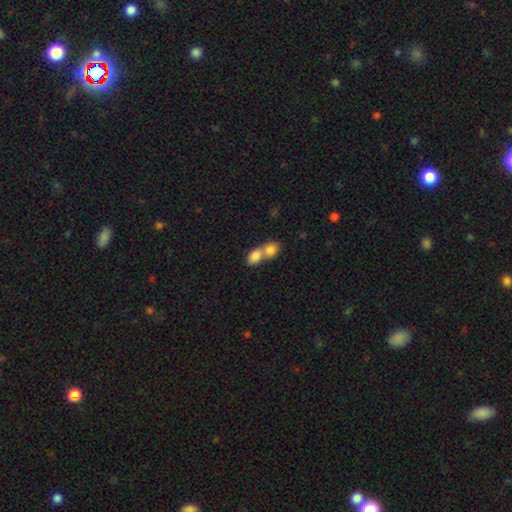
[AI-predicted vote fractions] The model was most divided on "how rounded": in between: 71%, round: 26%, cigar-shaped: 2%. More confident: smooth or featured — smooth (83%); merging — merger (72%).